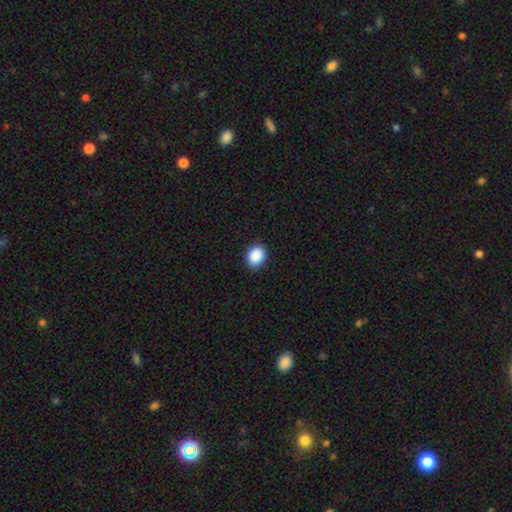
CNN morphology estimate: The model was most divided on "how rounded": round: 56%, in between: 43%, cigar-shaped: 1%. More confident: merging — none (90%); smooth or featured — smooth (89%).